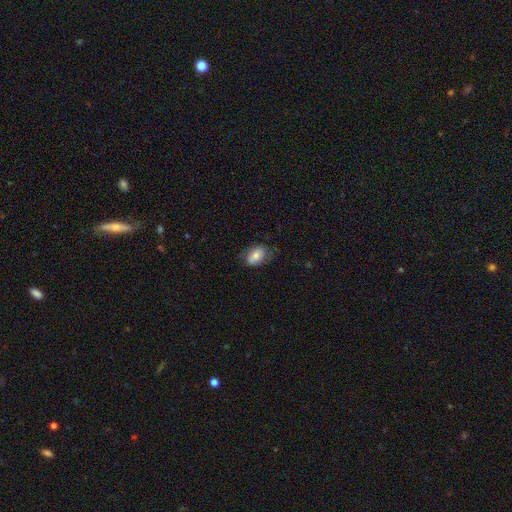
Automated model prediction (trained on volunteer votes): A smooth galaxy with no disk features (71%) that is in between round and cigar-shaped (84%).

Vote fractions:
- Smooth or featured? smooth: 71% / featured or disk: 21% / star or artifact: 8%
- How rounded? in between: 84% / round: 15% / cigar-shaped: 1%
- Merging? none: 69% / minor disturbance: 22% / major disturbance: 7% / merger: 1%